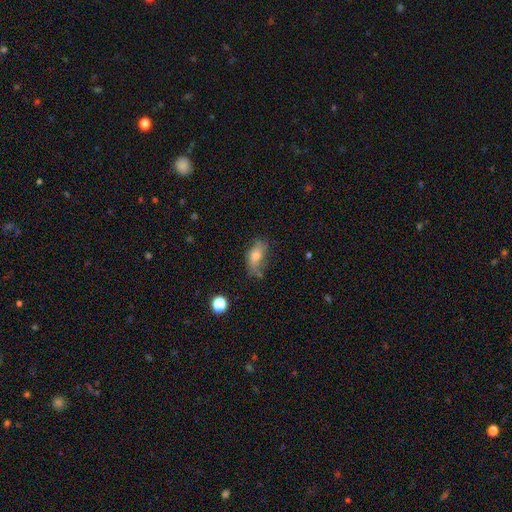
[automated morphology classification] Smooth or featured? Predicted: smooth (p=0.57). How rounded? Predicted: in between (p=0.81). Merging? Predicted: none (p=0.54).